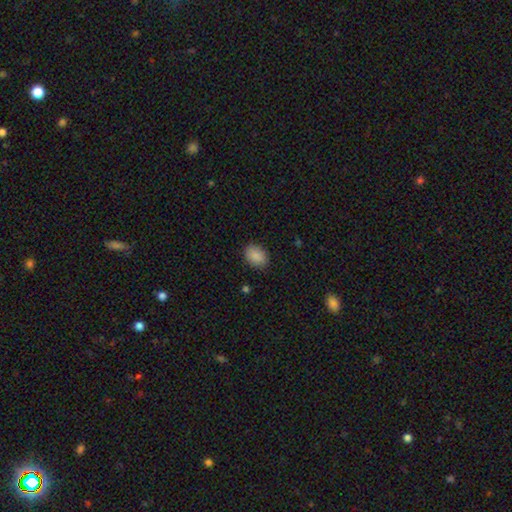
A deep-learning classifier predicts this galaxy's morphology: This appears to be a smooth galaxy with no disk features (89%) that is in between round and cigar-shaped (75%). Merging: none (87%).